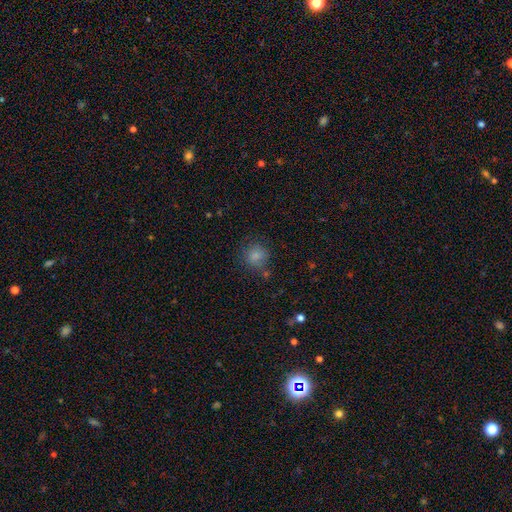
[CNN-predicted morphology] A smooth galaxy with no disk features (82%) that is round (86%). Merging: none (73%).